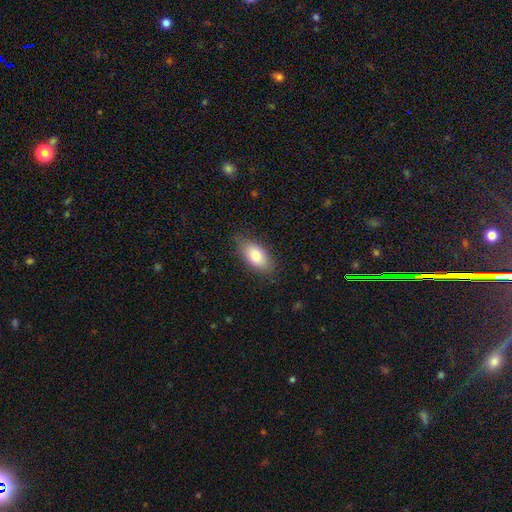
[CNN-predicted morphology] This is clearly a smooth galaxy (81%). How rounded: clearly in between (91%). Merging: likely none (79%).